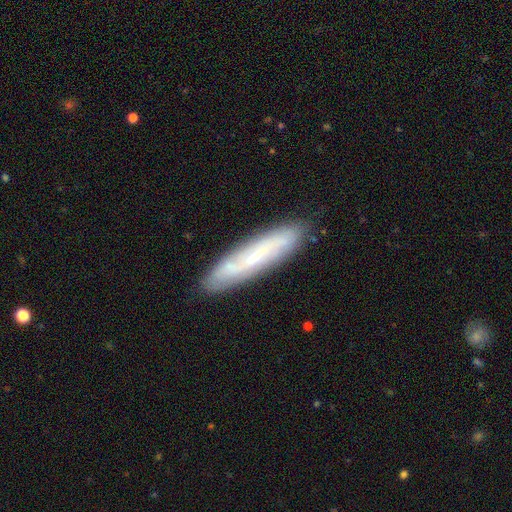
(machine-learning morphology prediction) A featured or disk galaxy (60%). Merging: none (86%).